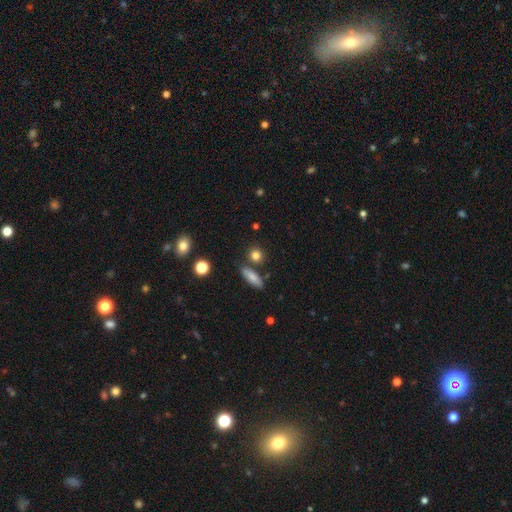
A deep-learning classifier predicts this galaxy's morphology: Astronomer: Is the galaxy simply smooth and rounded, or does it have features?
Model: smooth — 82%.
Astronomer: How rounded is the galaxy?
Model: round — 77%.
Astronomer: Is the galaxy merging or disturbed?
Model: none — 78%.